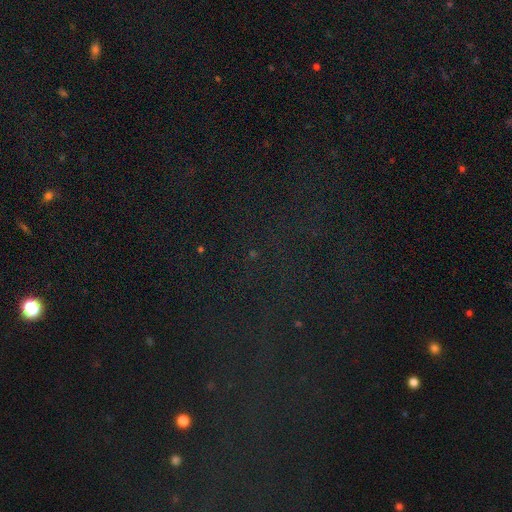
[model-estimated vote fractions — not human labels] A star or artifact, not a galaxy (80%).